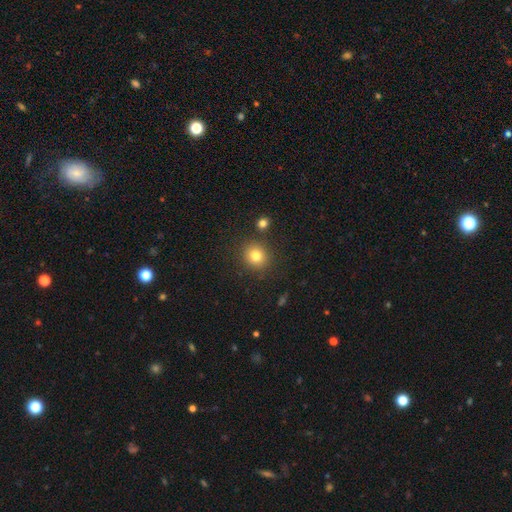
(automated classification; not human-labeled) Smooth or featured? smooth (80%)
How rounded? round (85%)
Merging? none (85%)